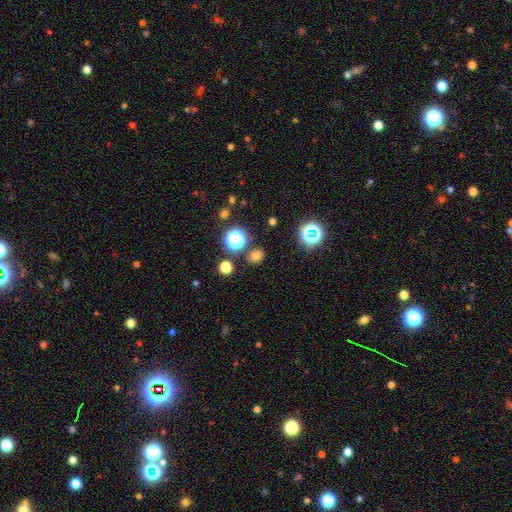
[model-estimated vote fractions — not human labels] Smooth or featured?
  - smooth: 70% *
  - star or artifact: 24%
  - featured or disk: 7%
How rounded?
  - round: 64% *
  - in between: 35%
  - cigar-shaped: 1%
Merging?
  - none: 83% *
  - minor disturbance: 9%
  - merger: 5%
  - major disturbance: 3%